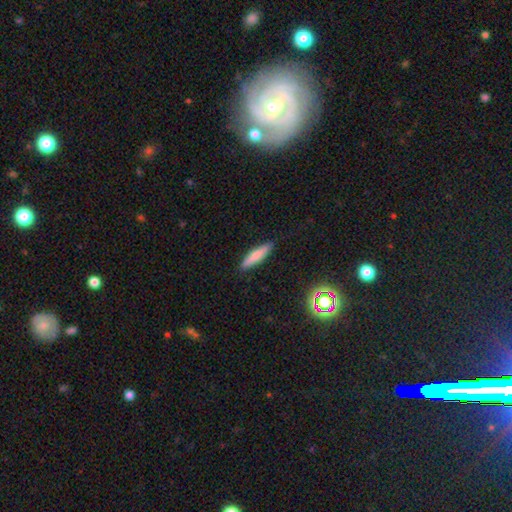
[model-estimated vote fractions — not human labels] Q: Smooth or featured?
A: smooth (73%); runner-up: featured or disk (20%)
Q: How rounded?
A: cigar-shaped (80%); runner-up: in between (19%)
Q: Merging?
A: none (88%); runner-up: minor disturbance (9%)